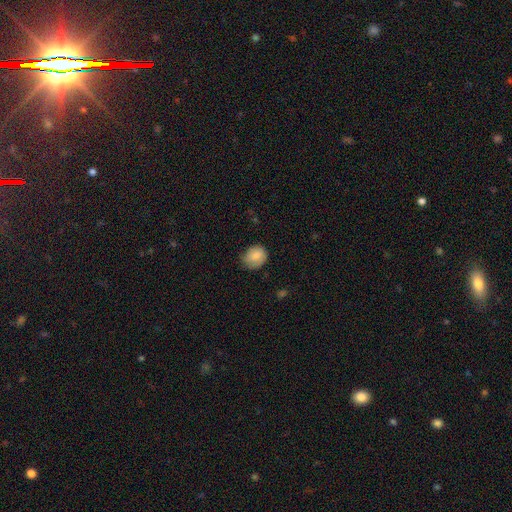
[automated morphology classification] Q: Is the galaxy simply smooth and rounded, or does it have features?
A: smooth — 84%.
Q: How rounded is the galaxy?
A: round — 63%.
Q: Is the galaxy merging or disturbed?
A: none — 66%.